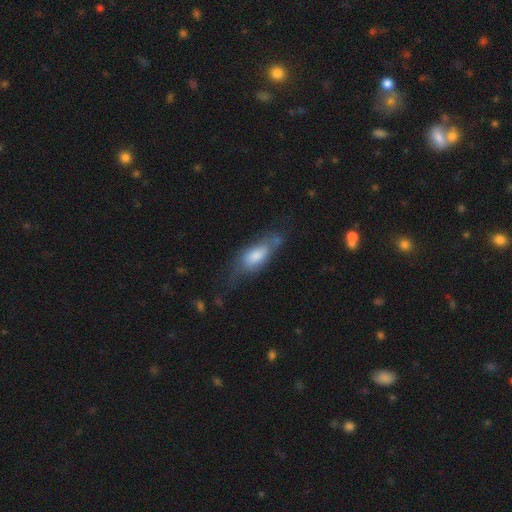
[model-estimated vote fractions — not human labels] This appears to be a smooth galaxy with no disk features (64%) that is in between round and cigar-shaped (72%). Merging: none (47%).